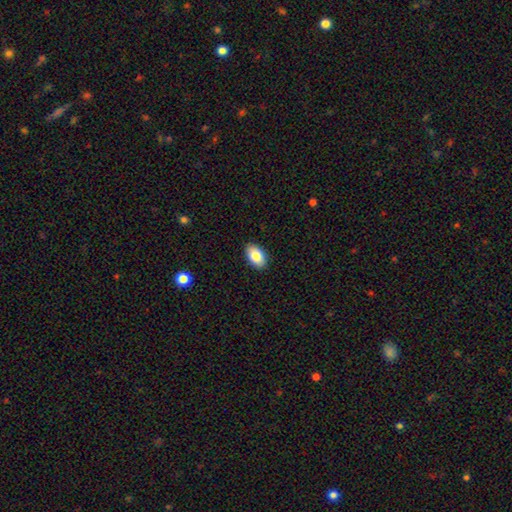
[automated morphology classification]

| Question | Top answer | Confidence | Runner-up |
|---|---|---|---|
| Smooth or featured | smooth | 85% | featured or disk (8%) |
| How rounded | in between | 94% | round (4%) |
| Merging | none | 90% | minor disturbance (8%) |